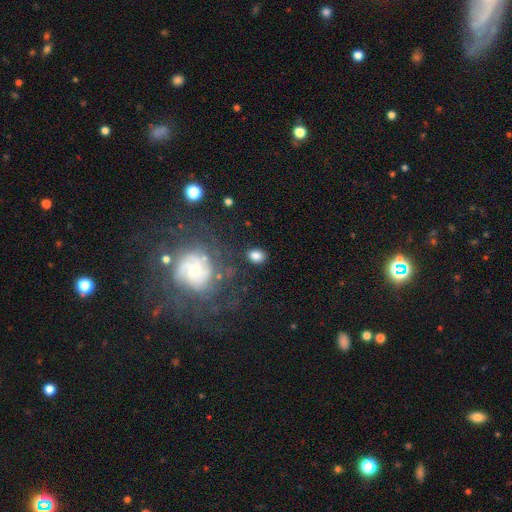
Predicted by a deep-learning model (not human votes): Morphology: type=smooth (79%); roundness=in between (61%); merging=none (79%).